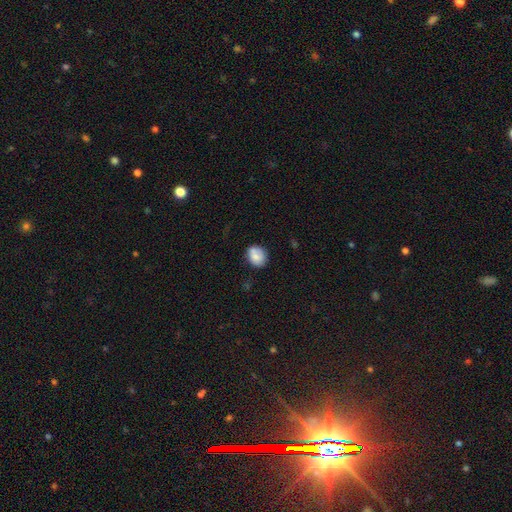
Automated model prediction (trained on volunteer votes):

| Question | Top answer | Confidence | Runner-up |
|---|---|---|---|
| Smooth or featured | smooth | 74% | featured or disk (17%) |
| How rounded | round | 62% | in between (37%) |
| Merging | none | 63% | minor disturbance (22%) |